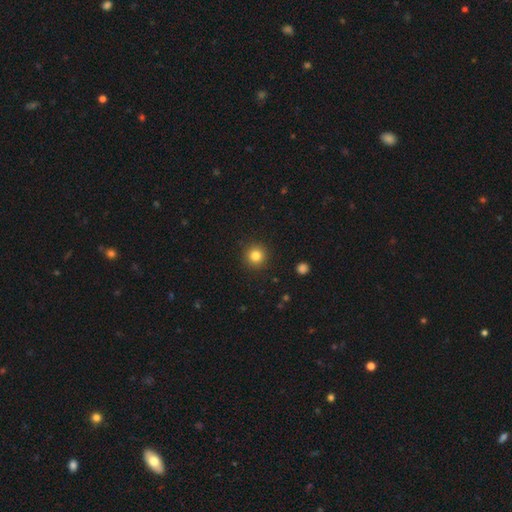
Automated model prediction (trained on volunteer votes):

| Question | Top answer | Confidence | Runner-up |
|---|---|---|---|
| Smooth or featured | smooth | 82% | star or artifact (12%) |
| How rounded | round | 94% | in between (5%) |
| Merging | none | 91% | minor disturbance (5%) |